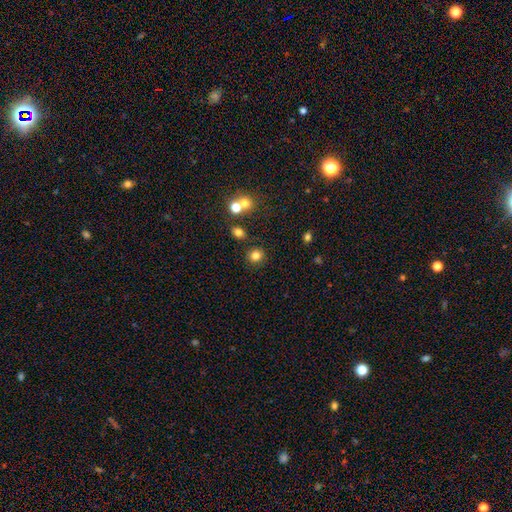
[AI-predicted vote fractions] Smooth or featured? smooth (80%)
How rounded? round (84%)
Merging? none (84%)